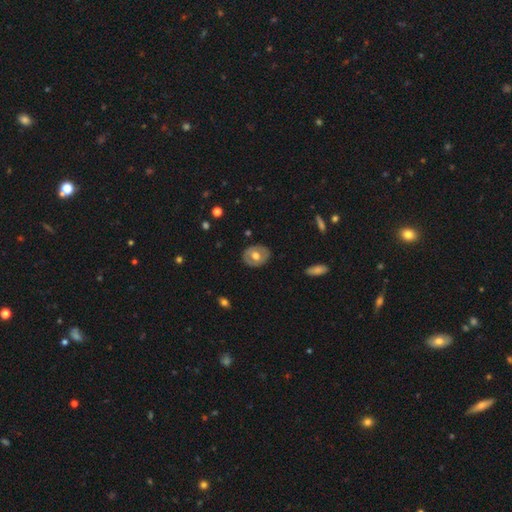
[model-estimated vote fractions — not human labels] Smooth or featured: smooth — 49% (featured or disk — 45%)
Merging: none — 84% (minor disturbance — 12%)